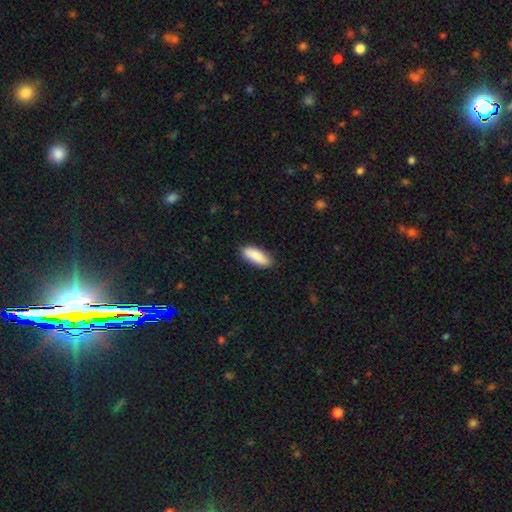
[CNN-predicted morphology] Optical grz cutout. It shows a smooth galaxy with no disk features (88%) that is in between round and cigar-shaped (68%). Merging: none (86%).